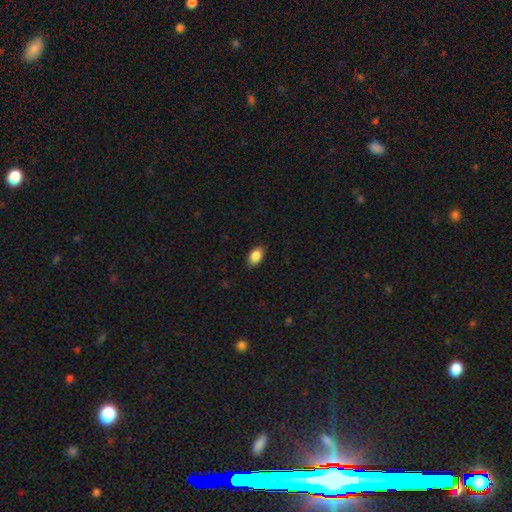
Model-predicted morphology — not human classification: Smooth or featured?
  - smooth: 88% *
  - star or artifact: 8%
  - featured or disk: 4%
How rounded?
  - in between: 88% *
  - round: 10%
  - cigar-shaped: 1%
Merging?
  - none: 88% *
  - minor disturbance: 9%
  - major disturbance: 2%
  - merger: 1%